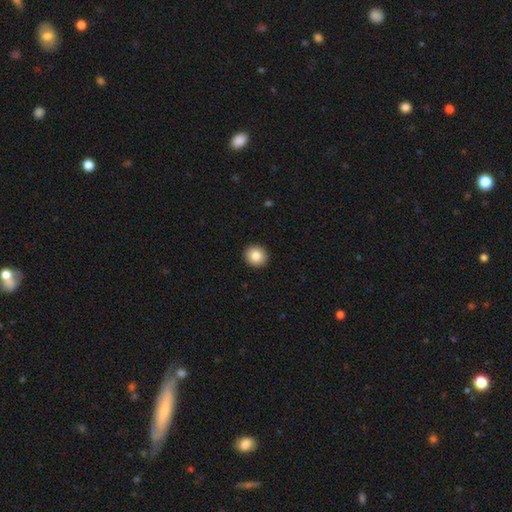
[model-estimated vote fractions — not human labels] This is clearly a smooth galaxy (84%). How rounded: clearly round (88%). Merging: clearly none (93%).